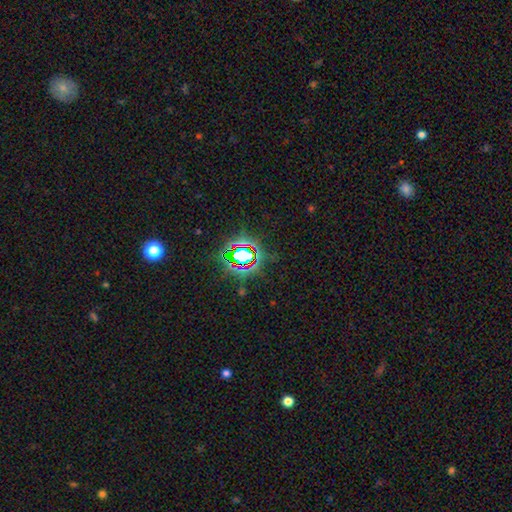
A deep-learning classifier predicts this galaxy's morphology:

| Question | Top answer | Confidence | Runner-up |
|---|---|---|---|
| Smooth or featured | star or artifact | 79% | smooth (12%) |